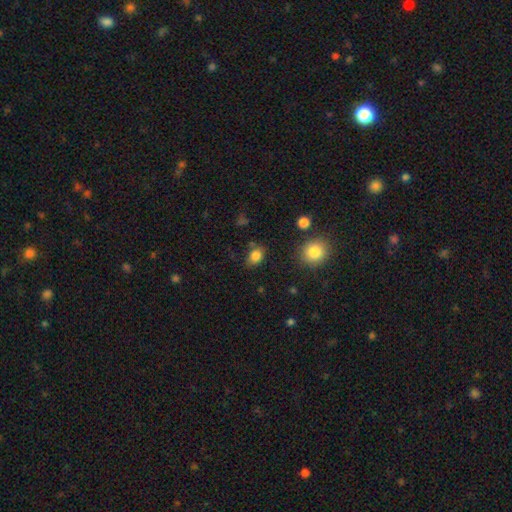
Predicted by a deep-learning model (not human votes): Smooth or featured: smooth — 83% (star or artifact — 11%)
How rounded: in between — 65% (round — 34%)
Merging: none — 74% (minor disturbance — 17%)